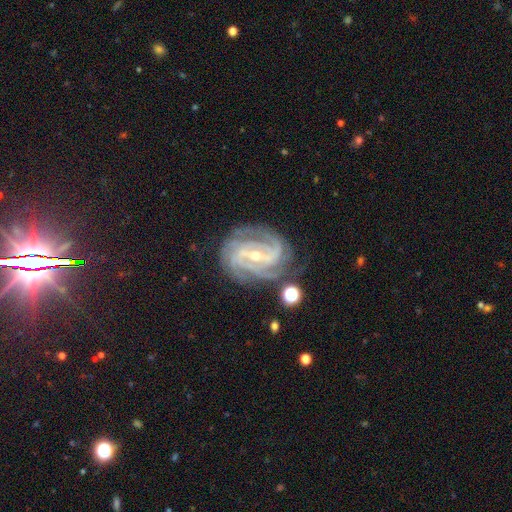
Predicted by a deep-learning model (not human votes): A featured or disk galaxy (92%) with a strong bar (54%), 4 (34%) tight (68%) spiral arms (99%) and a small central bulge (62%).

Vote fractions:
- Smooth or featured? featured or disk: 92% / star or artifact: 5% / smooth: 3%
- Edge-on disk? no: 97% / yes: 3%
- Bar? strong: 54% / weak: 34% / no: 12%
- Spiral arms? yes: 99% / no: 1%
- Spiral winding? tight: 68% / medium: 28% / loose: 3%
- Spiral arm count? 4: 34% / 3: 30% / 2: 13% / can't tell: 10% / more than 4: 8% / 1: 5%
- Bulge size? small: 62% / moderate: 35% / large: 1% / none: 1% / dominant: 1%
- Merging? none: 78% / minor disturbance: 15% / major disturbance: 5% / merger: 2%